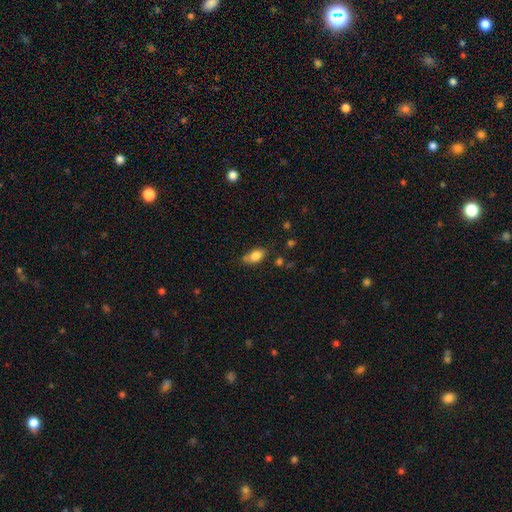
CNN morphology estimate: This is clearly a smooth galaxy (82%). How rounded: clearly in between (87%). Merging: likely none (60%).